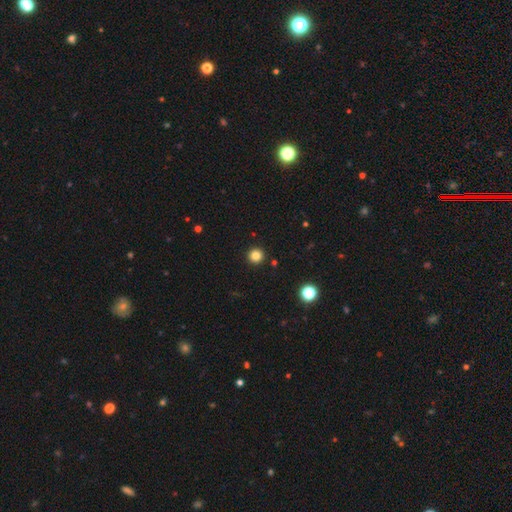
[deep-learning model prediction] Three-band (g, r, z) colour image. It shows a smooth galaxy with no disk features (83%) that is round (96%). Merging: none (93%).